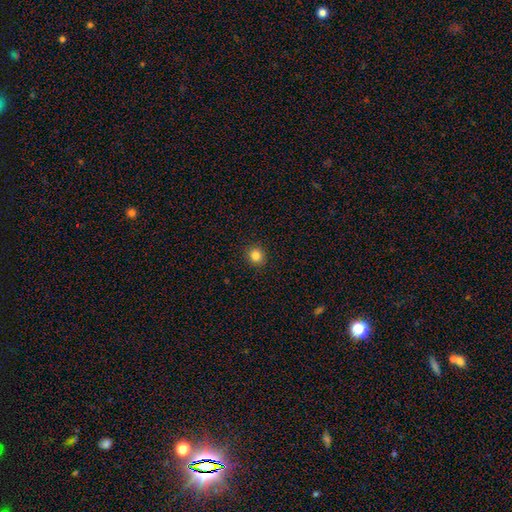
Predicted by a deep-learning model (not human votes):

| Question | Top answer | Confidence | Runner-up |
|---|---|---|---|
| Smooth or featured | smooth | 84% | star or artifact (12%) |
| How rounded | round | 89% | in between (10%) |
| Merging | none | 92% | minor disturbance (5%) |